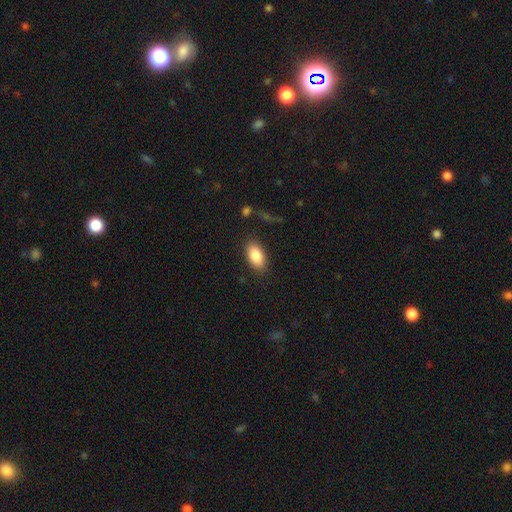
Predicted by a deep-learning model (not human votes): A smooth galaxy with no disk features (86%) that is in between round and cigar-shaped (92%). Merging: none (86%).